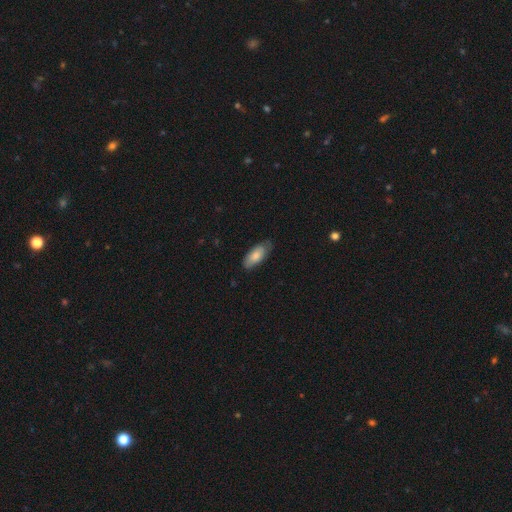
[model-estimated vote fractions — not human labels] Smooth or featured?
  - smooth: 78% *
  - featured or disk: 16%
  - star or artifact: 6%
How rounded?
  - in between: 84% *
  - cigar-shaped: 14%
  - round: 2%
Merging?
  - none: 72% *
  - minor disturbance: 22%
  - major disturbance: 4%
  - merger: 1%